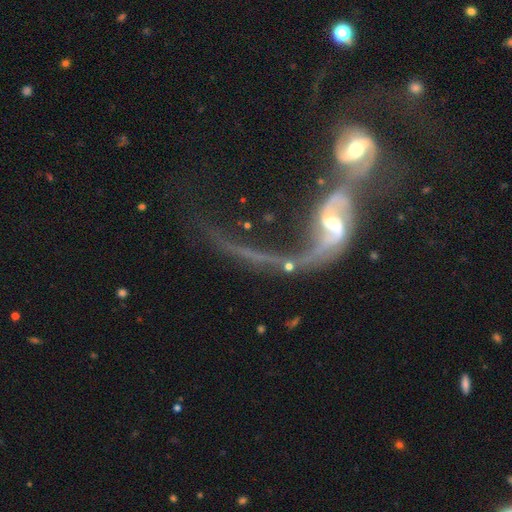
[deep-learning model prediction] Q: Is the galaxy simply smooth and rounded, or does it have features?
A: featured or disk — 76%.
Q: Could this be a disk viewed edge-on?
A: no — 85%.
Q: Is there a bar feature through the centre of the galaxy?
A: no — 35%.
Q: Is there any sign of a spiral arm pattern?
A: yes — 76%.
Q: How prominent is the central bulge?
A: moderate — 41%.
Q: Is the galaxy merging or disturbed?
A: merger — 44%.